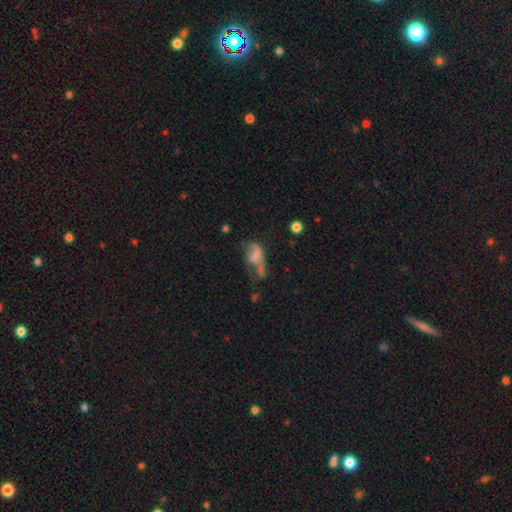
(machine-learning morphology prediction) smooth-or-featured: smooth: 44% | featured or disk: 41% | star or artifact: 14%
  merging: major disturbance: 38% | merger: 24% | none: 20% | minor disturbance: 18%